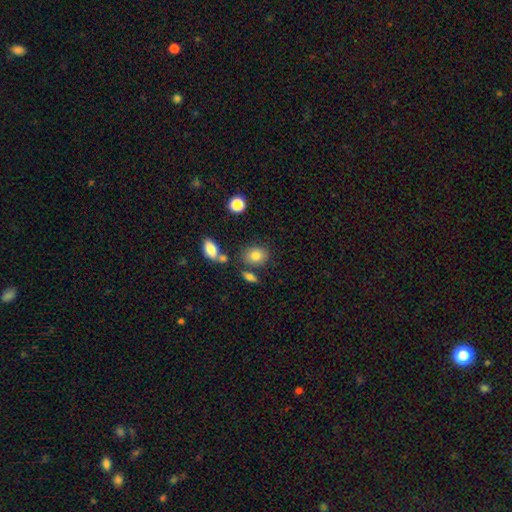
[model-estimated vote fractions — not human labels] Smooth or featured: smooth — 80% (featured or disk — 10%)
How rounded: in between — 62% (round — 37%)
Merging: none — 70% (minor disturbance — 14%)